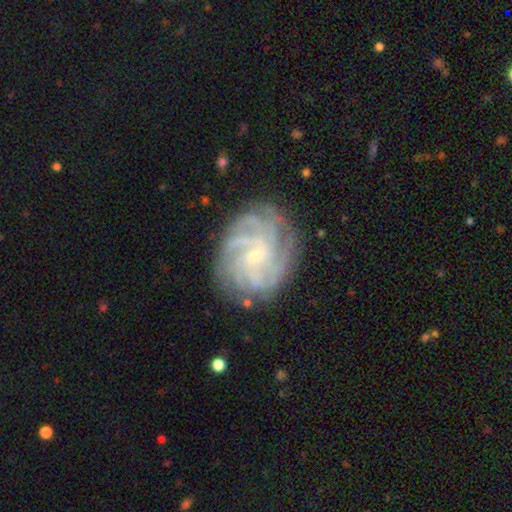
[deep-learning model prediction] Smooth or featured? Predicted: featured or disk (p=0.86). Edge-on disk? Predicted: no (p=0.97). Bar? Predicted: no (p=0.57). Spiral arms? Predicted: yes (p=0.97). Spiral winding? Predicted: tight (p=0.66). Spiral arm count? Predicted: 4 (p=0.29). Bulge size? Predicted: small (p=0.79). Merging? Predicted: none (p=0.80).